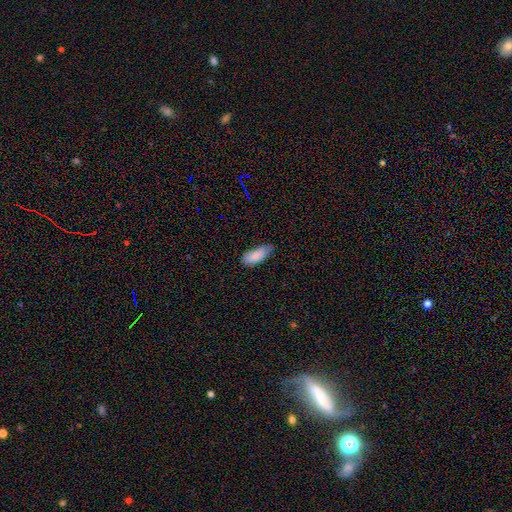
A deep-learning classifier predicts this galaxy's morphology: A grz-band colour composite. It shows a smooth galaxy with no disk features (87%) that is in between round and cigar-shaped (83%). Merging: none (55%).